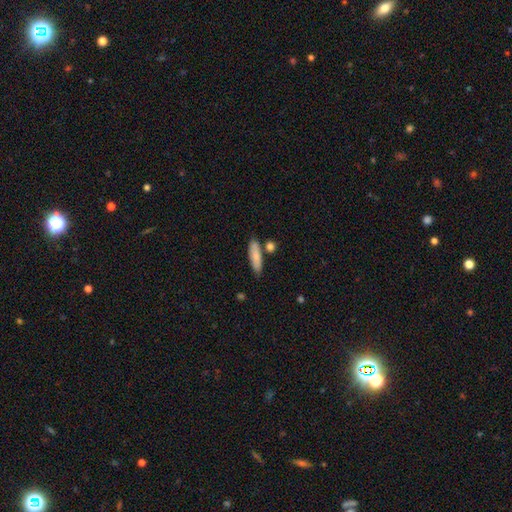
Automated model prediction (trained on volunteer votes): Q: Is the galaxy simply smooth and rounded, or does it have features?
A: smooth — 83%.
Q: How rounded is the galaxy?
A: cigar-shaped — 59%.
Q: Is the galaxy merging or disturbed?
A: none — 77%.